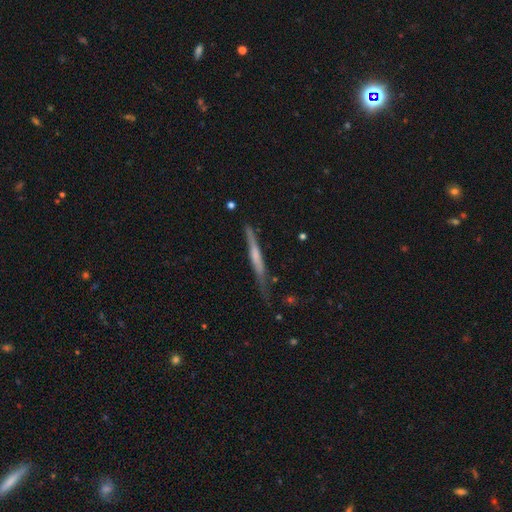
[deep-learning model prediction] The model was most divided on "smooth or featured": featured or disk: 52%, smooth: 42%, star or artifact: 6%. More confident: edge-on disk — yes (94%); merging — none (65%).